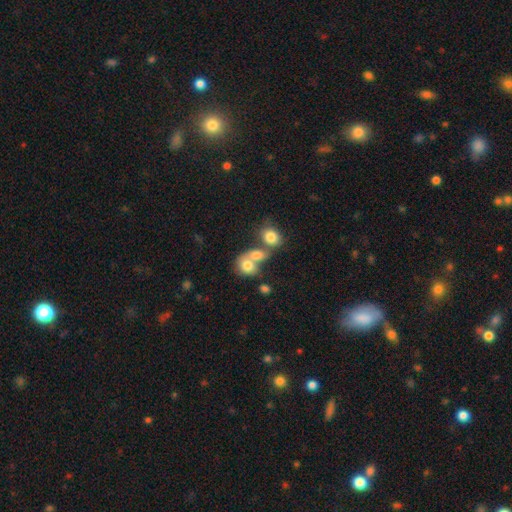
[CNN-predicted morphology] type=smooth (75%); roundness=round (56%); merging=merger (60%).